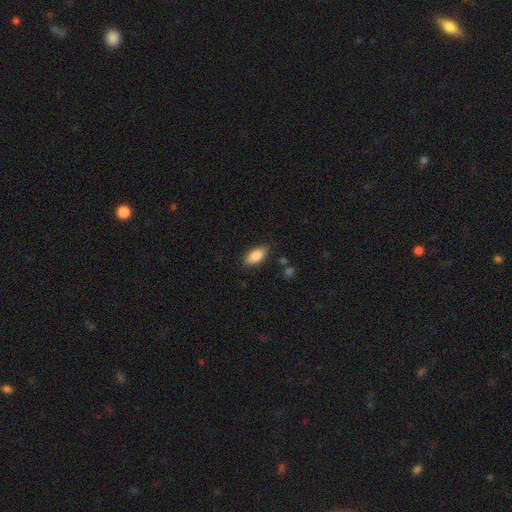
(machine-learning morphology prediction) Smooth or featured?
  - smooth: 85% *
  - featured or disk: 9%
  - star or artifact: 7%
How rounded?
  - in between: 90% *
  - cigar-shaped: 7%
  - round: 3%
Merging?
  - none: 85% *
  - minor disturbance: 11%
  - major disturbance: 2%
  - merger: 2%